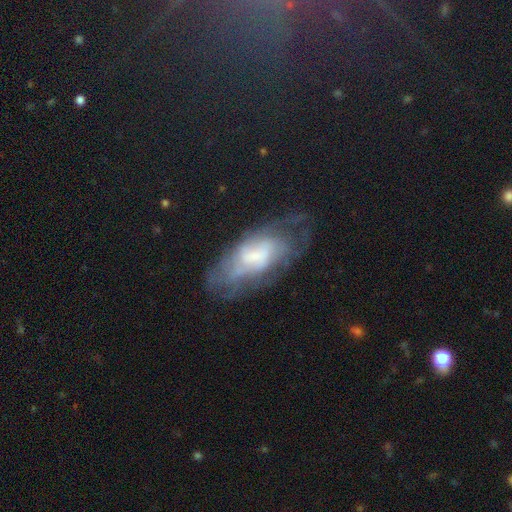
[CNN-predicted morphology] type=featured or disk (58%); edge-on=no (88%); bar=no (53%); spiral arms=yes (61%); bulge=moderate (33%); merging=none (52%).